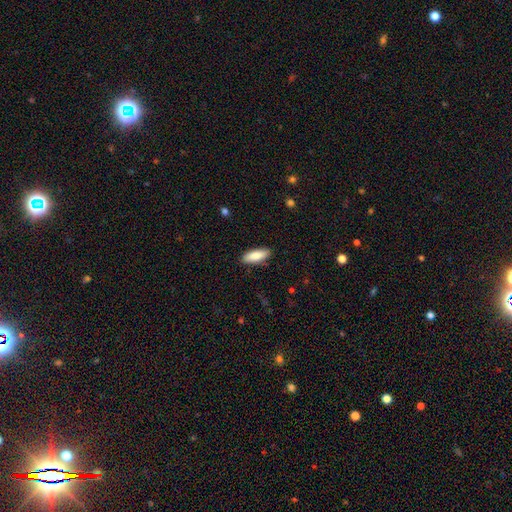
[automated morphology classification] type=smooth (83%); roundness=in between (67%); merging=none (87%).